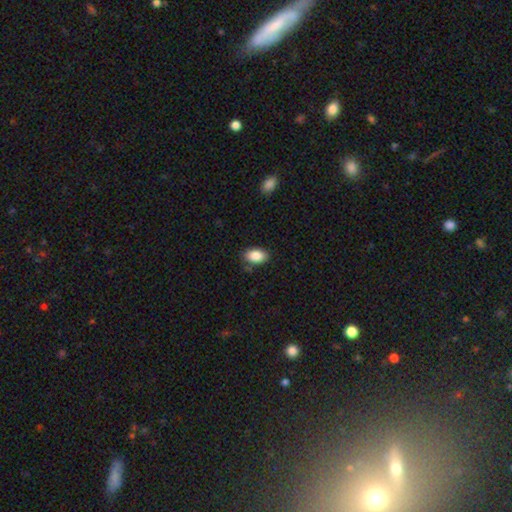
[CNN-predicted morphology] Overall: smooth (87%). How rounded: in between (91%). Merging: none (81%).